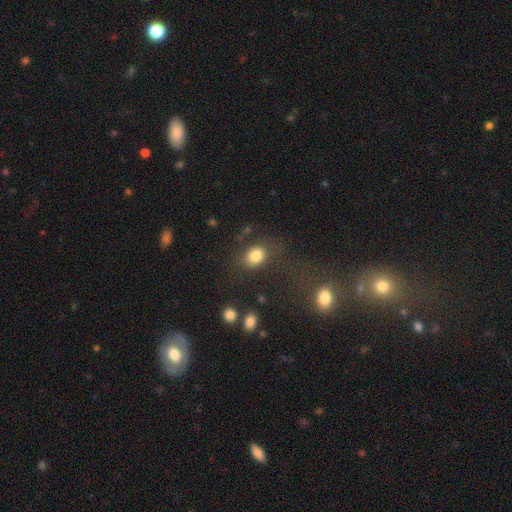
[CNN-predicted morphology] type=smooth (83%); roundness=in between (58%); merging=none (69%).